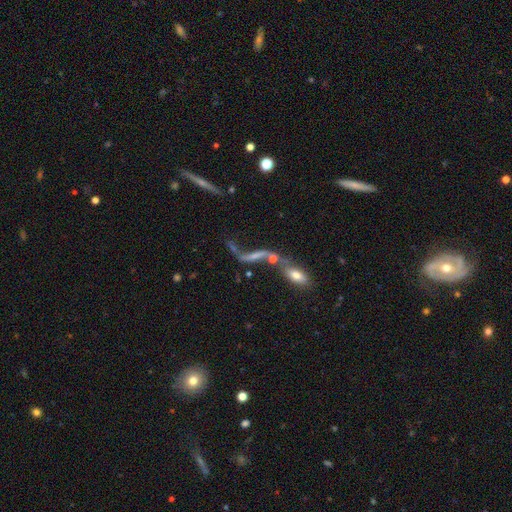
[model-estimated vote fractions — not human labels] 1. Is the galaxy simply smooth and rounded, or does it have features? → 65% featured or disk, 23% smooth, 12% star or artifact.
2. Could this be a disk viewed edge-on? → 79% no, 21% yes.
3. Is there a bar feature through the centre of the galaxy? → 53% no, 28% weak, 19% strong.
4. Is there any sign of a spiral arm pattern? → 66% yes, 34% no.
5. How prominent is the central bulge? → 41% none, 35% small, 18% moderate, 4% large, 2% dominant.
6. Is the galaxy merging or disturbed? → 50% merger, 23% none, 16% major disturbance, 11% minor disturbance.